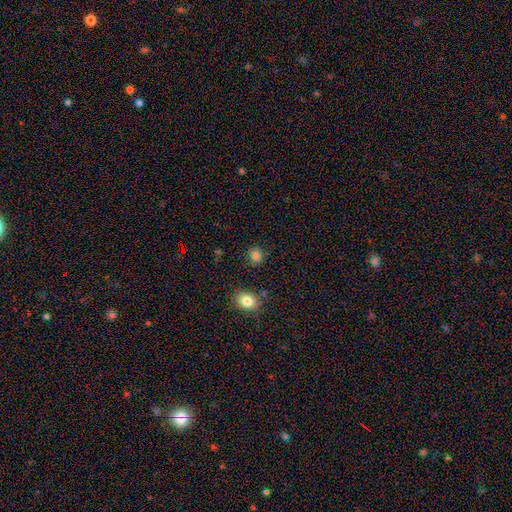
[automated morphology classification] Smooth or featured? Predicted: smooth (p=0.84). How rounded? Predicted: round (p=0.79). Merging? Predicted: none (p=0.86).